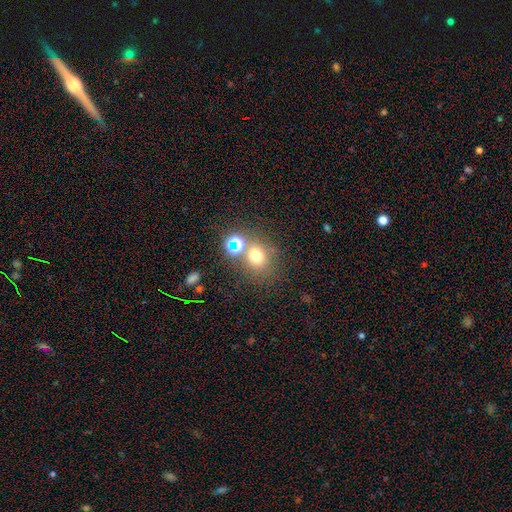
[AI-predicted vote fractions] A smooth galaxy with no disk features (67%) that is round (72%). Merging: none (62%).